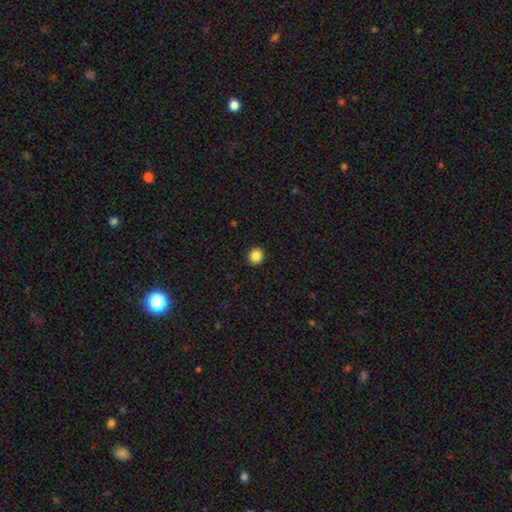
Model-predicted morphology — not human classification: Smooth or featured?
  - smooth: 87% *
  - star or artifact: 10%
  - featured or disk: 3%
How rounded?
  - round: 92% *
  - in between: 7%
  - cigar-shaped: 1%
Merging?
  - none: 93% *
  - minor disturbance: 4%
  - major disturbance: 2%
  - merger: 1%